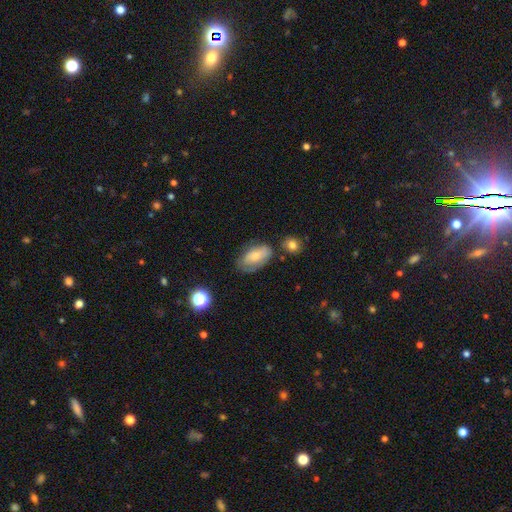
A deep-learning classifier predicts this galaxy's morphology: smooth-or-featured: smooth: 63% | featured or disk: 29% | star or artifact: 8%
  how-rounded: in between: 92% | round: 5% | cigar-shaped: 3%
  merging: none: 61% | minor disturbance: 25% | major disturbance: 10% | merger: 5%